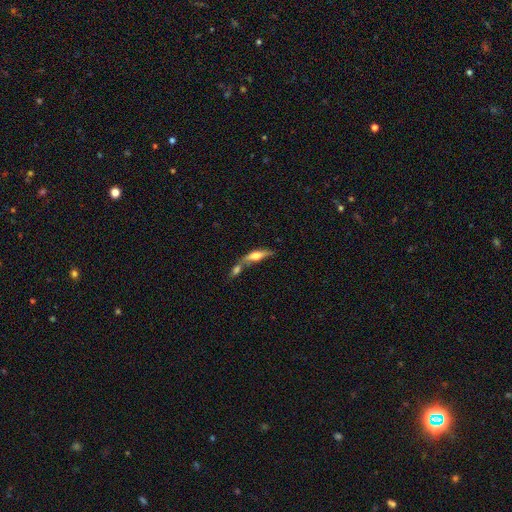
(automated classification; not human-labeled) smooth-or-featured: featured or disk: 47% | smooth: 45% | star or artifact: 7%
  merging: merger: 55% | none: 29% | minor disturbance: 10% | major disturbance: 6%